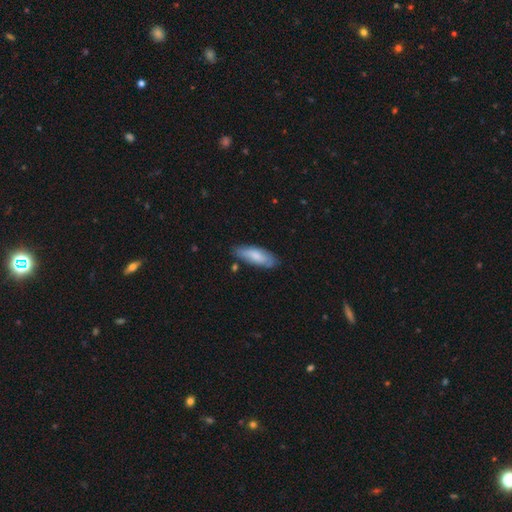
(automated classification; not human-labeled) This is likely a smooth galaxy (75%). How rounded: likely in between (65%). Merging: likely none (72%).